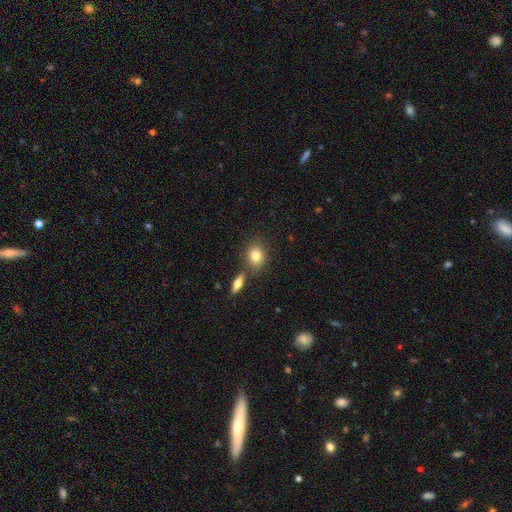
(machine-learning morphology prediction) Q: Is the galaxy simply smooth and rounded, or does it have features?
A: smooth — 80%.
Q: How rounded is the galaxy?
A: round — 54%.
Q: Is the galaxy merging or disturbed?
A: none — 73%.